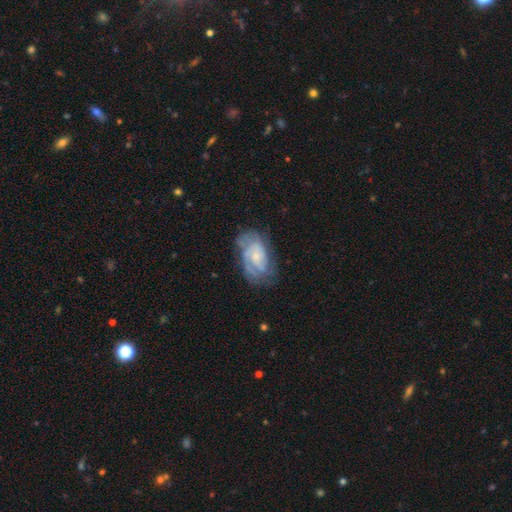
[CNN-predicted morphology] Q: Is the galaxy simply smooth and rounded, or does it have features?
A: featured or disk — 72%.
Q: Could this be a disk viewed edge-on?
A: no — 96%.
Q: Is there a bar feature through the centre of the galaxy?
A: no — 66%.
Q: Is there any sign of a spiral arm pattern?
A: yes — 88%.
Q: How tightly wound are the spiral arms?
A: tight — 54%.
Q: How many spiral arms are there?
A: can't tell — 39%.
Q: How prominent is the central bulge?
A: small — 57%.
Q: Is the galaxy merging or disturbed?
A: none — 61%.